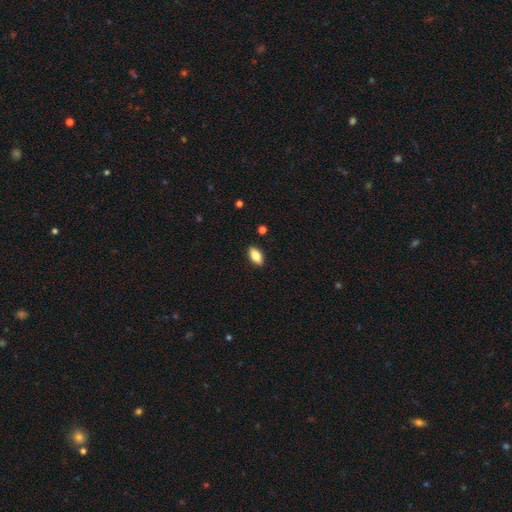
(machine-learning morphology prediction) Overall: smooth (81%). How rounded: in between (90%). Merging: none (89%).